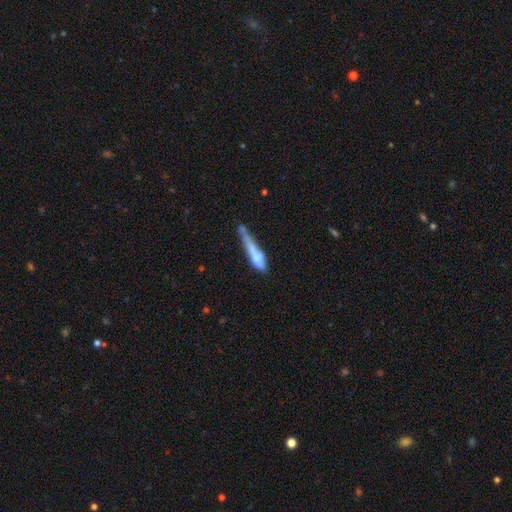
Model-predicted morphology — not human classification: Smooth or featured? Predicted: smooth (p=0.61). How rounded? Predicted: cigar-shaped (p=0.83). Merging? Predicted: none (p=0.32).